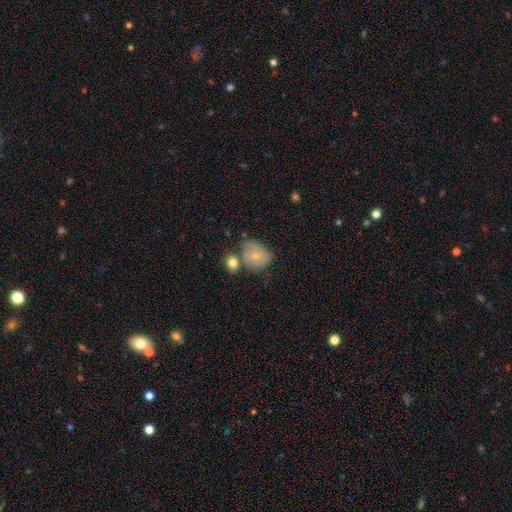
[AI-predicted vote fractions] This appears to be a smooth galaxy with no disk features (63%) that is round (61%). Merging: none (42%).